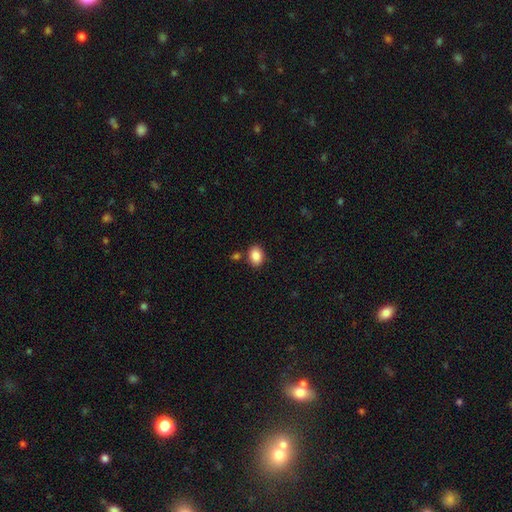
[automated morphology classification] Smooth or featured: smooth — 88% (star or artifact — 8%)
How rounded: in between — 70% (round — 29%)
Merging: none — 81% (minor disturbance — 10%)